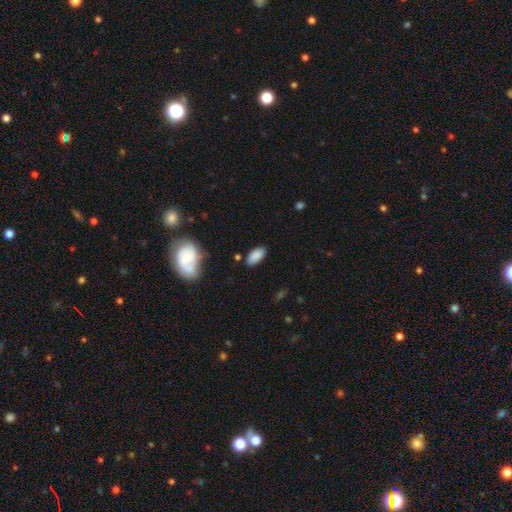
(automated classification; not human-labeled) Overall: smooth (85%). How rounded: in between (94%). Merging: none (81%).